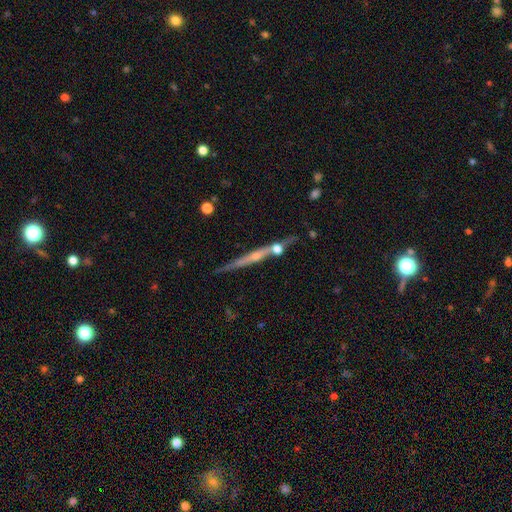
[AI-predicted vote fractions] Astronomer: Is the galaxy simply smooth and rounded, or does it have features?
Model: featured or disk — 69%.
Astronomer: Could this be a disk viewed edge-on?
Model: yes — 94%.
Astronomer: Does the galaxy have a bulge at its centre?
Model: rounded — 60%.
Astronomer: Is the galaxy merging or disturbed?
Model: none — 74%.